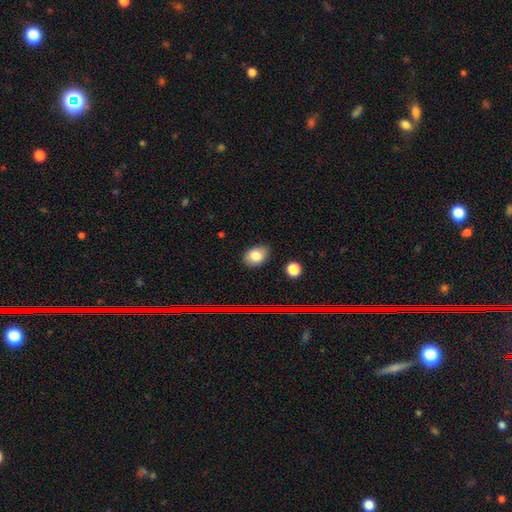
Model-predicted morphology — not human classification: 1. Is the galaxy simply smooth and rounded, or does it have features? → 80% smooth, 10% star or artifact, 10% featured or disk.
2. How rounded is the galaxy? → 73% in between, 26% round, 1% cigar-shaped.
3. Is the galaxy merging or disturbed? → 84% none, 12% minor disturbance, 2% major disturbance, 2% merger.